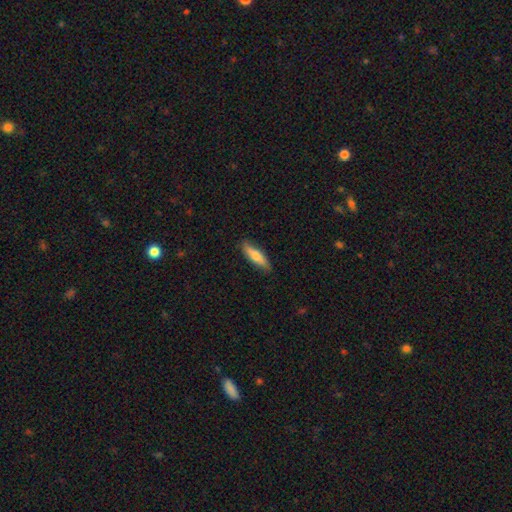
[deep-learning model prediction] This is likely a smooth galaxy (70%). How rounded: likely cigar-shaped (69%). Merging: clearly none (86%).